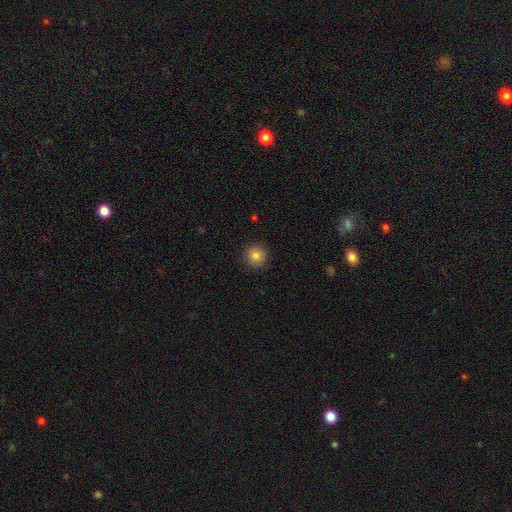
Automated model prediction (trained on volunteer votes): A smooth galaxy with no disk features (83%) that is round (94%).

Vote fractions:
- Smooth or featured? smooth: 83% / star or artifact: 10% / featured or disk: 7%
- How rounded? round: 94% / in between: 5% / cigar-shaped: 1%
- Merging? none: 90% / minor disturbance: 7% / major disturbance: 2% / merger: 1%